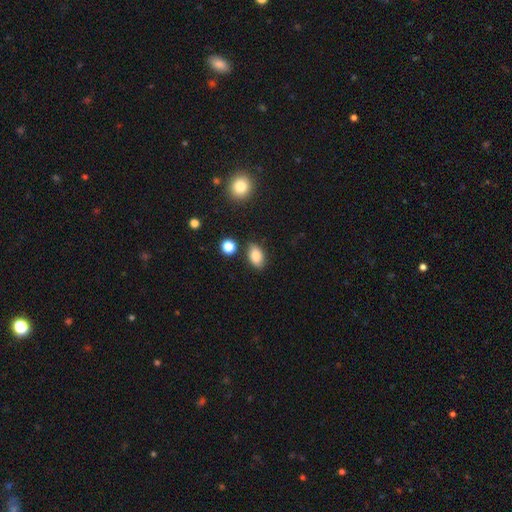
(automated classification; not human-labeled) Morphology: type=smooth (84%); roundness=in between (88%); merging=none (81%).